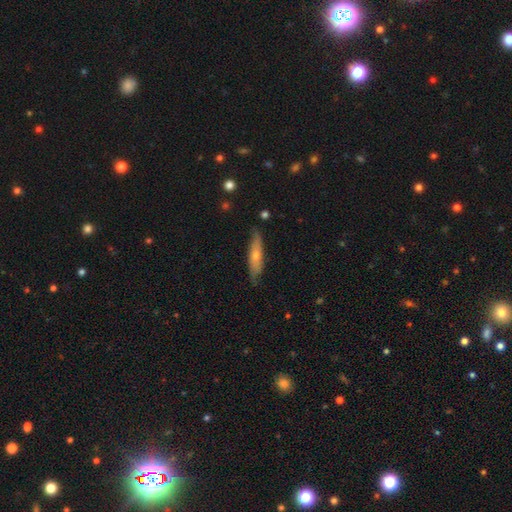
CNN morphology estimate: Smooth or featured? Predicted: smooth (p=0.56). How rounded? Predicted: cigar-shaped (p=0.74). Merging? Predicted: none (p=0.75).